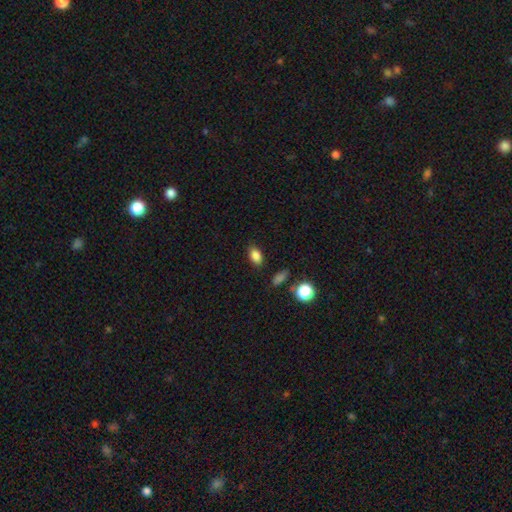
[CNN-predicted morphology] smooth 85%, star or artifact 10%, featured or disk 5%. Down the decision tree: how rounded — in between (86%); merging — none (83%).